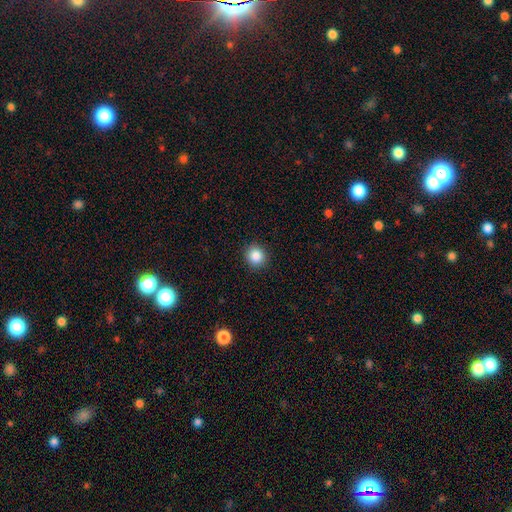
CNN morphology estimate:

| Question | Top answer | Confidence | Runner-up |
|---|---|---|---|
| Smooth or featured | smooth | 86% | star or artifact (10%) |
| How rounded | round | 89% | in between (11%) |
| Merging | none | 92% | minor disturbance (6%) |